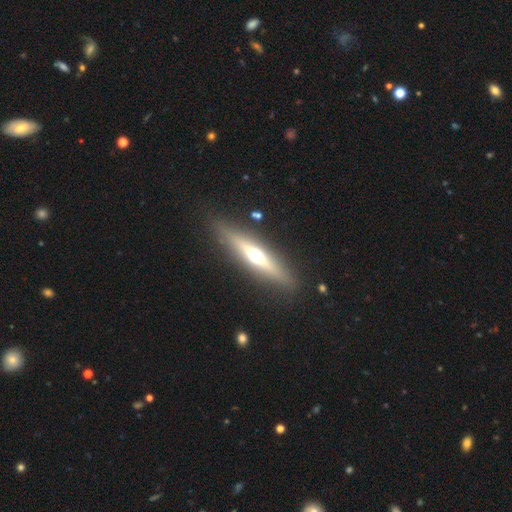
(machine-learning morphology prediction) Smooth or featured? Predicted: featured or disk (p=0.61). Edge-on disk? Predicted: yes (p=0.90). Edge-on bulge? Predicted: rounded (p=0.93). Merging? Predicted: none (p=0.87).